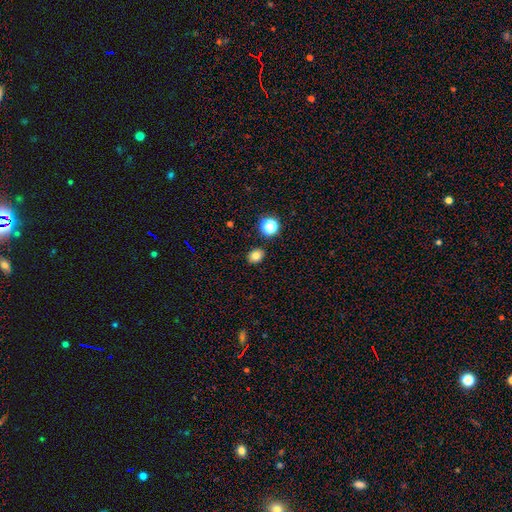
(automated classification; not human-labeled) smooth_or_featured: smooth (p=0.79) [alt: star or artifact p=0.14]
how_rounded: in between (p=0.51) [alt: round p=0.48]
merging: none (p=0.89) [alt: minor disturbance p=0.07]